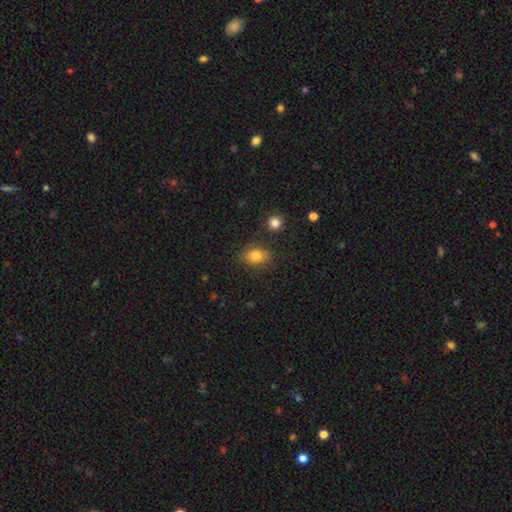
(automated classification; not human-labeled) The model was most divided on "how rounded": in between: 59%, round: 40%, cigar-shaped: 1%. More confident: merging — none (83%); smooth or featured — smooth (81%).